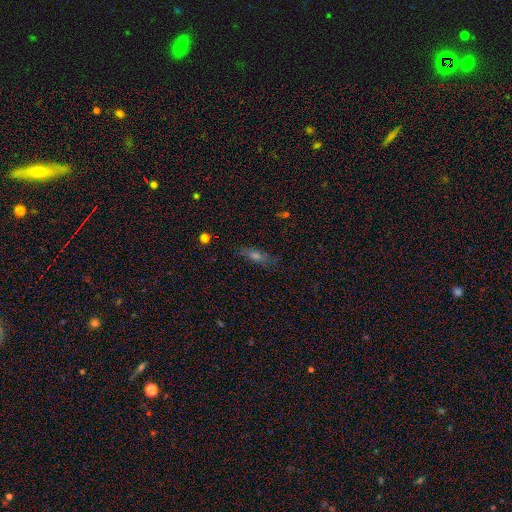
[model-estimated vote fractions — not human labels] Morphology: type=smooth (47%); merging=none (79%).